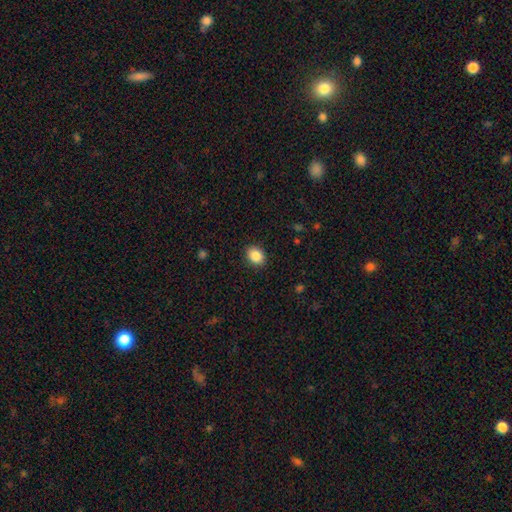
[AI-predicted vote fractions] Overall: smooth (87%). How rounded: in between (56%; round 43%). Merging: none (89%).